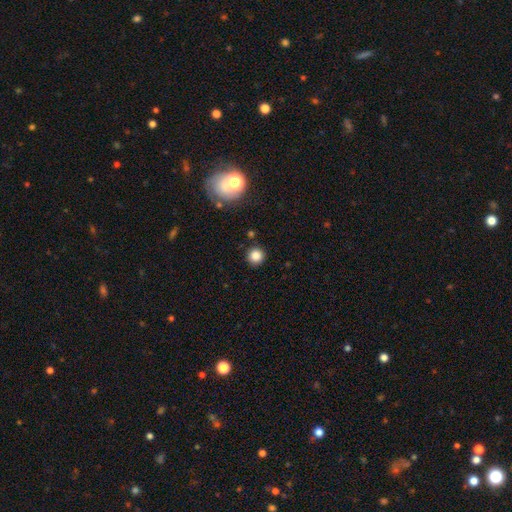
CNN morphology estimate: The model was most divided on "smooth or featured": smooth: 83%, star or artifact: 12%, featured or disk: 5%. More confident: how rounded — round (94%); merging — none (89%).